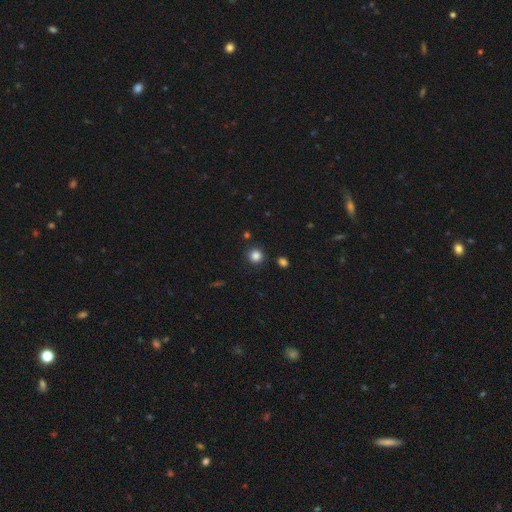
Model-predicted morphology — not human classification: Smooth or featured?
  - smooth: 83% *
  - star or artifact: 13%
  - featured or disk: 4%
How rounded?
  - round: 92% *
  - in between: 7%
  - cigar-shaped: 1%
Merging?
  - none: 88% *
  - minor disturbance: 7%
  - merger: 3%
  - major disturbance: 2%